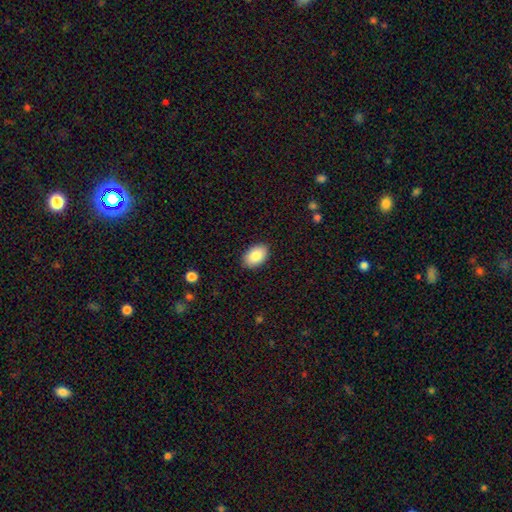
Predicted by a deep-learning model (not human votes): smooth_or_featured: smooth (p=0.86) [alt: featured or disk p=0.07]
how_rounded: in between (p=0.90) [alt: round p=0.09]
merging: none (p=0.88) [alt: minor disturbance p=0.09]